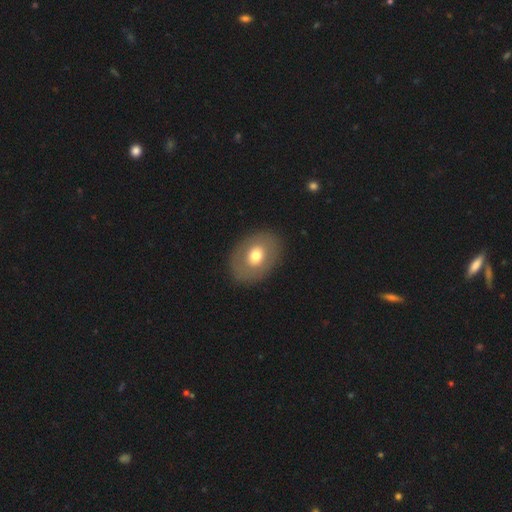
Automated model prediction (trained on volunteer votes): Smooth or featured: smooth — 62% (featured or disk — 31%)
How rounded: in between — 69% (round — 30%)
Merging: none — 87% (minor disturbance — 8%)